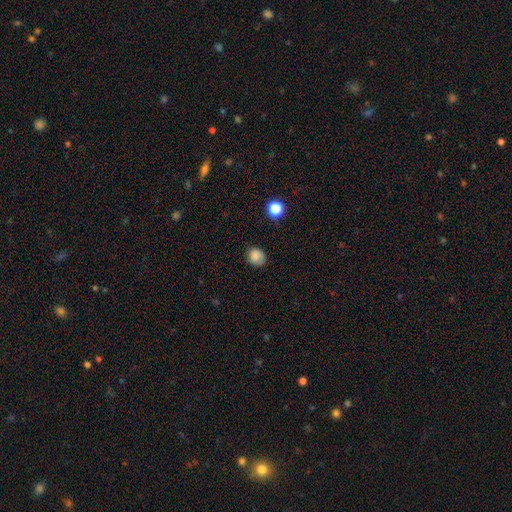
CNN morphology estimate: A smooth galaxy with no disk features (84%) that is round (69%).

Vote fractions:
- Smooth or featured? smooth: 84% / star or artifact: 11% / featured or disk: 6%
- How rounded? round: 69% / in between: 30% / cigar-shaped: 1%
- Merging? none: 76% / minor disturbance: 18% / major disturbance: 4% / merger: 2%